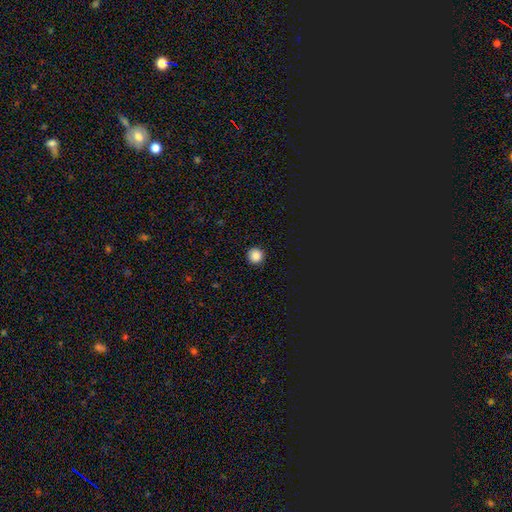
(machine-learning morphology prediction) smooth-or-featured: smooth: 85% | star or artifact: 11% | featured or disk: 3%
  how-rounded: round: 96% | in between: 3% | cigar-shaped: 1%
  merging: none: 93% | minor disturbance: 4% | major disturbance: 2% | merger: 1%